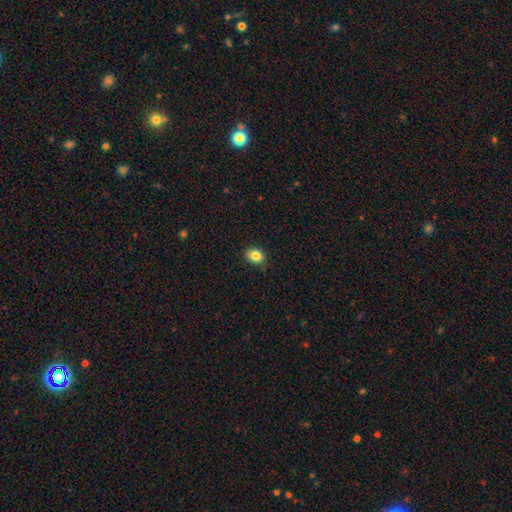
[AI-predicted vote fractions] Smooth or featured?
  - smooth: 85% *
  - star or artifact: 10%
  - featured or disk: 6%
How rounded?
  - in between: 58% *
  - round: 41%
  - cigar-shaped: 1%
Merging?
  - none: 84% *
  - minor disturbance: 12%
  - major disturbance: 2%
  - merger: 1%